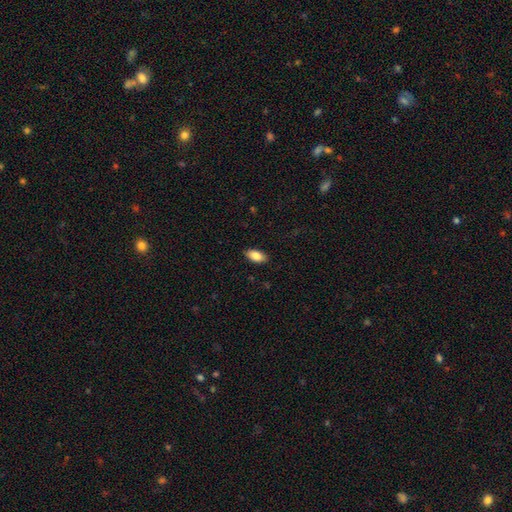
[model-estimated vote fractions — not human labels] Smooth or featured? Predicted: smooth (p=0.85). How rounded? Predicted: in between (p=0.92). Merging? Predicted: none (p=0.88).